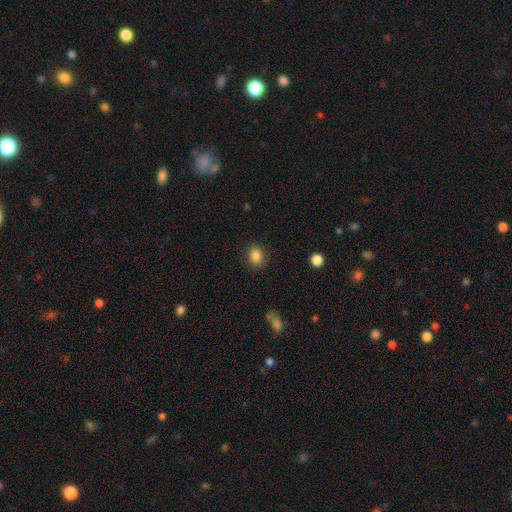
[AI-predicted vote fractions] A smooth galaxy with no disk features (86%) that is round (54%).

Vote fractions:
- Smooth or featured? smooth: 86% / star or artifact: 10% / featured or disk: 4%
- How rounded? round: 54% / in between: 45% / cigar-shaped: 1%
- Merging? none: 87% / minor disturbance: 9% / major disturbance: 3% / merger: 1%